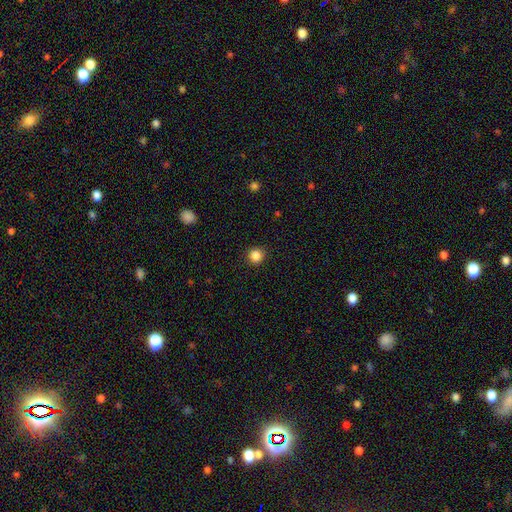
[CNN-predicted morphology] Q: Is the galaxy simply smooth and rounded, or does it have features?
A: smooth — 85%.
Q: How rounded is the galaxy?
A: round — 93%.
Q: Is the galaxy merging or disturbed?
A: none — 92%.